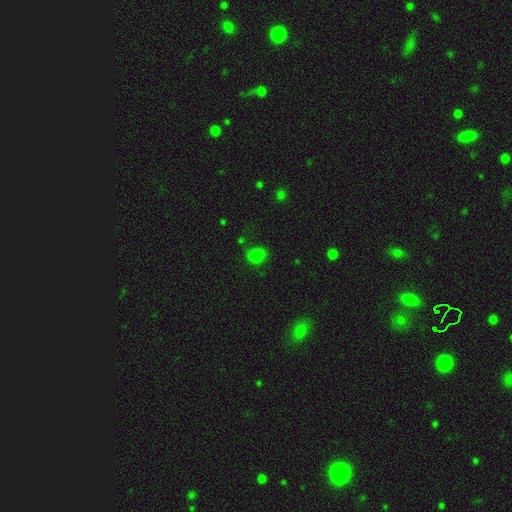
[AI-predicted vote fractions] Smooth or featured? Predicted: smooth (p=0.78). How rounded? Predicted: in between (p=0.62). Merging? Predicted: none (p=0.69).